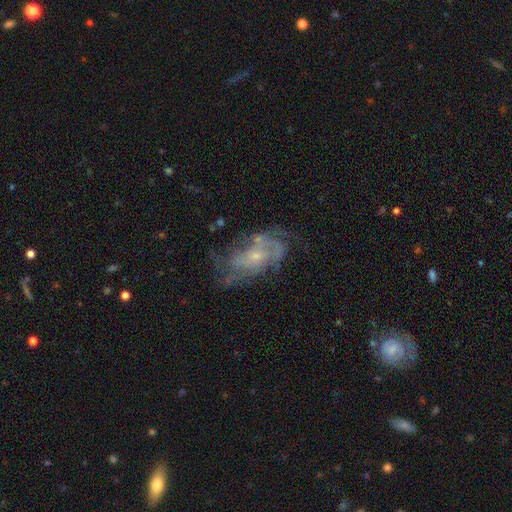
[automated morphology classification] featured or disk 77%, smooth 15%, star or artifact 9%. Down the decision tree: edge-on disk — no (95%); bar — no (69%); spiral arms — yes (81%); spiral arm count — can't tell (41%); spiral winding — medium (41%); bulge size — small (67%); merging — none (57%).